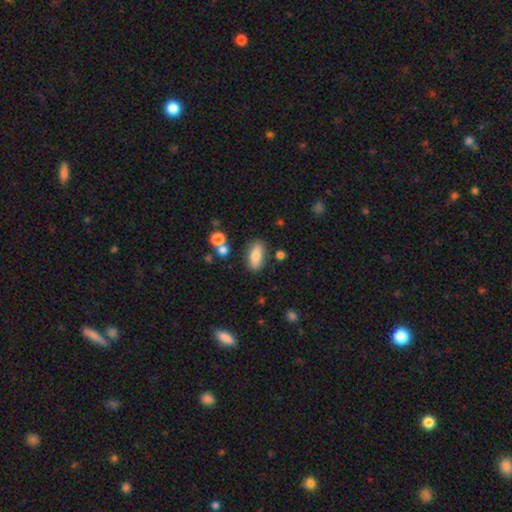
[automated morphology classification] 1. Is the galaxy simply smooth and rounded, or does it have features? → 77% smooth, 15% featured or disk, 8% star or artifact.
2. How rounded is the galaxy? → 78% in between, 18% cigar-shaped, 4% round.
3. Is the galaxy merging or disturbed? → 80% none, 12% minor disturbance, 5% merger, 3% major disturbance.